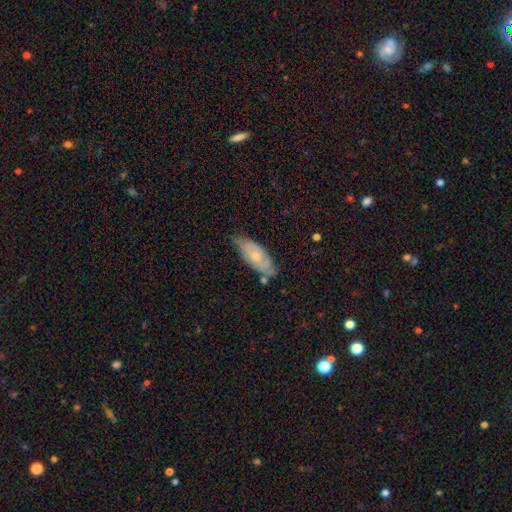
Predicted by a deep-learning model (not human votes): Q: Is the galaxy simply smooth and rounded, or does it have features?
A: smooth — 48%.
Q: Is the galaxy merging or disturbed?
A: none — 59%.